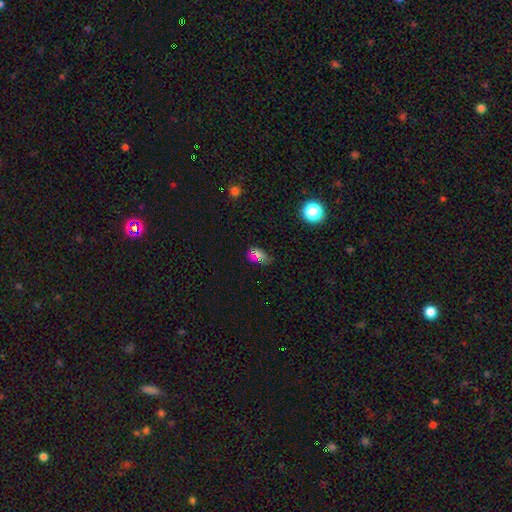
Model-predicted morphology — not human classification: This is possibly a smooth galaxy (54%). How rounded: likely in between (74%). Merging: likely none (78%).